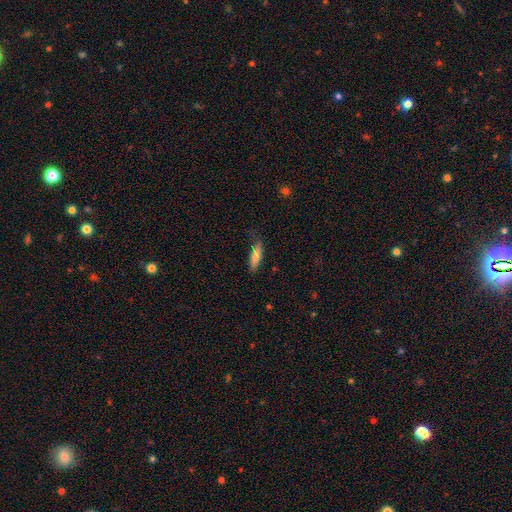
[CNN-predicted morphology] Smooth or featured? smooth (80%)
How rounded? cigar-shaped (63%)
Merging? none (74%)